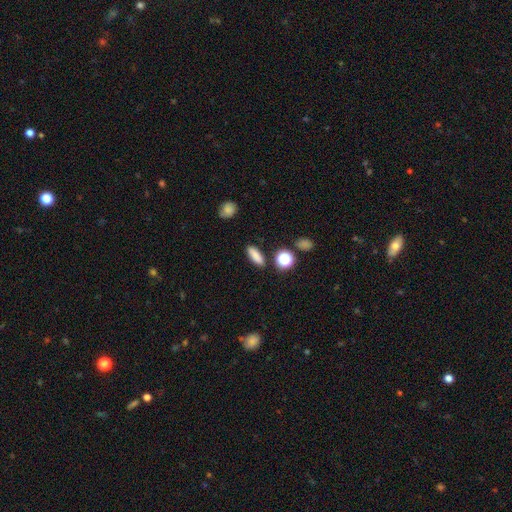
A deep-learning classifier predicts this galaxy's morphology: Smooth or featured?
  - smooth: 83% *
  - star or artifact: 11%
  - featured or disk: 7%
How rounded?
  - in between: 51% *
  - cigar-shaped: 41%
  - round: 8%
Merging?
  - none: 86% *
  - minor disturbance: 8%
  - merger: 3%
  - major disturbance: 2%